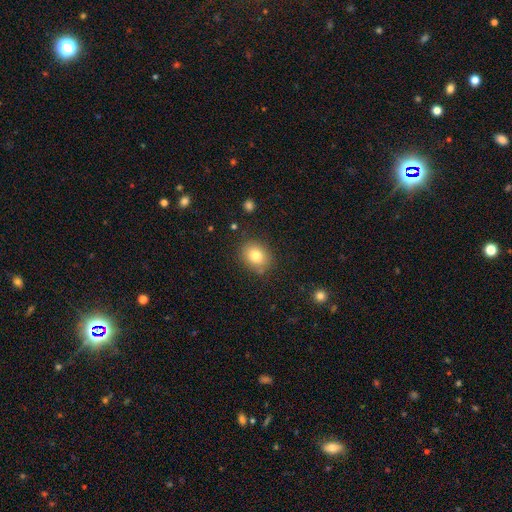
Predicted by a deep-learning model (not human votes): smooth_or_featured: smooth (p=0.80) [alt: featured or disk p=0.10]
how_rounded: round (p=0.50) [alt: in between p=0.49]
merging: none (p=0.82) [alt: minor disturbance p=0.13]